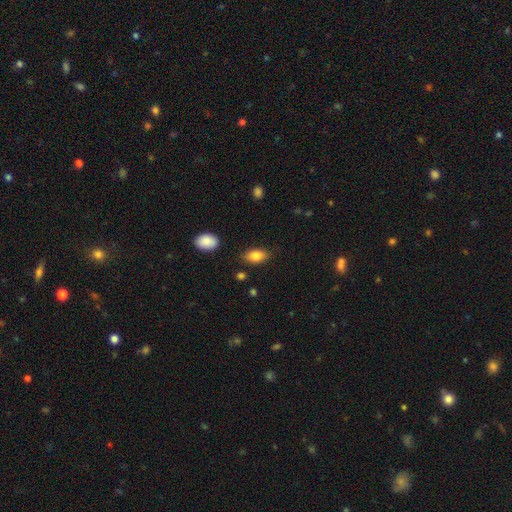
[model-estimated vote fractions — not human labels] smooth_or_featured: smooth (p=0.84) [alt: featured or disk p=0.08]
how_rounded: in between (p=0.90) [alt: round p=0.07]
merging: none (p=0.82) [alt: minor disturbance p=0.13]